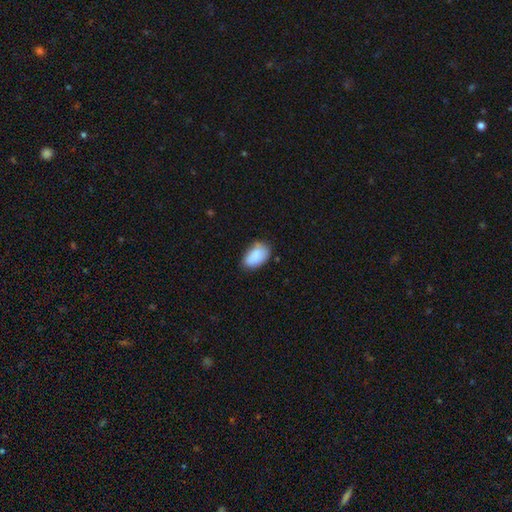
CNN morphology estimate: A smooth galaxy with no disk features (87%) that is in between round and cigar-shaped (91%). Merging: none (65%).